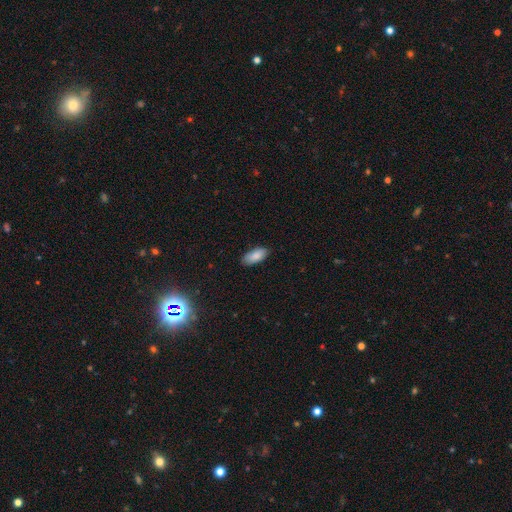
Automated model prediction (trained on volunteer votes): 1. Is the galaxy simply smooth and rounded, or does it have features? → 87% smooth, 7% star or artifact, 7% featured or disk.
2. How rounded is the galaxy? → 88% in between, 10% cigar-shaped, 2% round.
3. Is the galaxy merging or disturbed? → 84% none, 13% minor disturbance, 2% major disturbance, 1% merger.